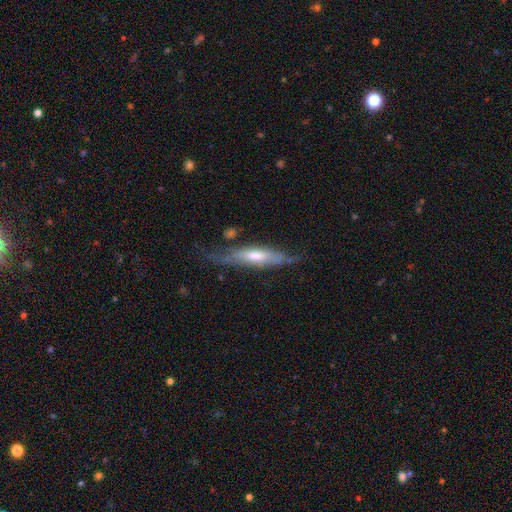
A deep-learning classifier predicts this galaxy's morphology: Smooth or featured?
  - featured or disk: 64% *
  - smooth: 29%
  - star or artifact: 7%
Edge-on disk?
  - yes: 68% *
  - no: 32%
Merging?
  - none: 54% *
  - minor disturbance: 27%
  - major disturbance: 15%
  - merger: 4%